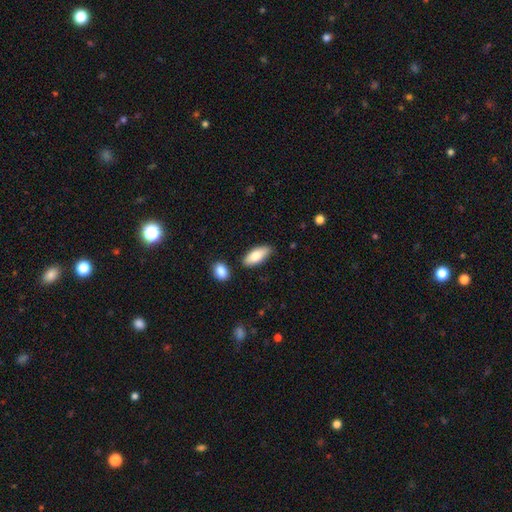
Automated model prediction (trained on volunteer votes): This appears to be a smooth galaxy with no disk features (80%) that is in between round and cigar-shaped (82%). Merging: none (81%).